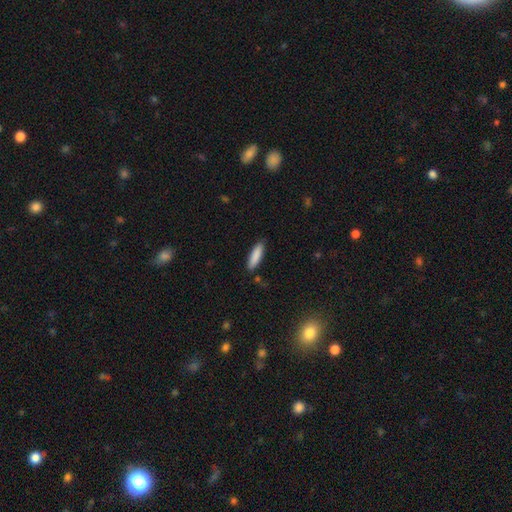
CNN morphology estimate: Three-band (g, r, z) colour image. It shows a smooth galaxy with no disk features (87%) that is cigar-shaped (68%). Merging: none (87%).